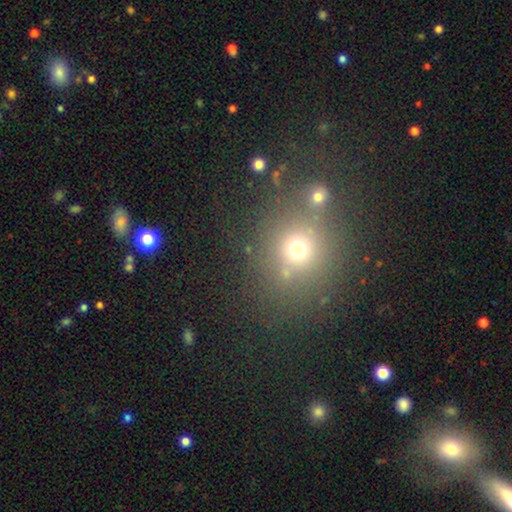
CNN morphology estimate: Overall: smooth (53%; star or artifact 36%). How rounded: round (77%). Merging: none (78%).